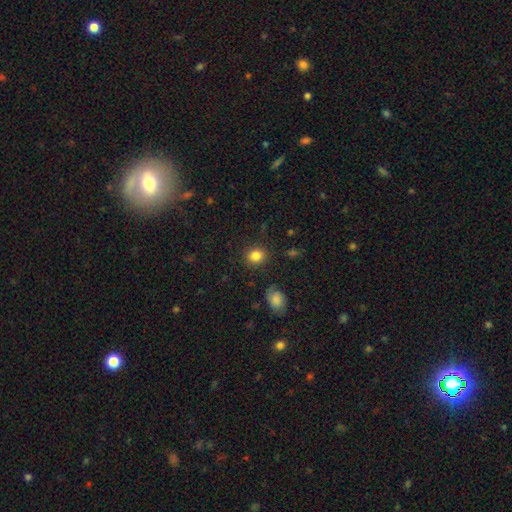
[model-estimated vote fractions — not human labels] A smooth galaxy with no disk features (84%) that is round (71%). Merging: none (87%).